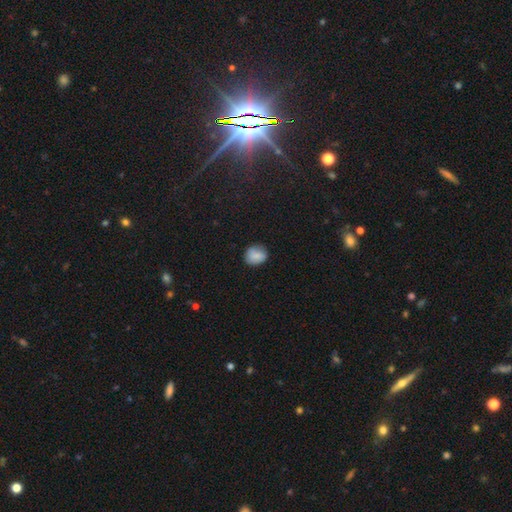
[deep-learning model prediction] A smooth galaxy with no disk features (80%) that is round (73%). Merging: none (78%).